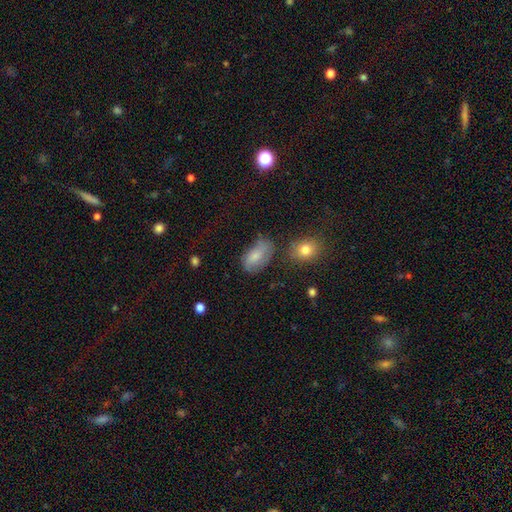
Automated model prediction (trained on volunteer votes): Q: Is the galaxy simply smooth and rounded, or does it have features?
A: smooth — 64%.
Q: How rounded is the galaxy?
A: in between — 90%.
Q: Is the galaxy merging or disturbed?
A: none — 57%.